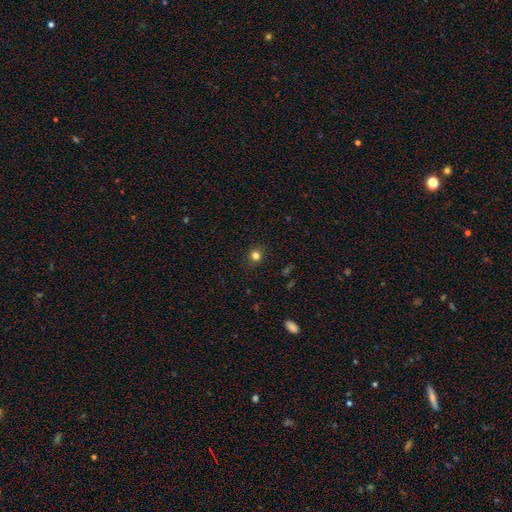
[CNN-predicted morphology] Smooth or featured? Predicted: smooth (p=0.79). How rounded? Predicted: round (p=0.87). Merging? Predicted: none (p=0.90).